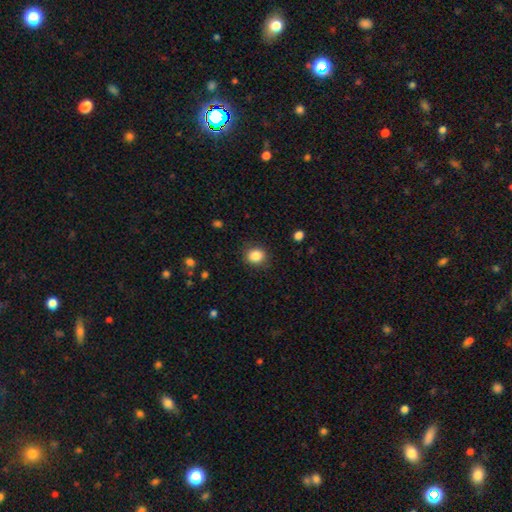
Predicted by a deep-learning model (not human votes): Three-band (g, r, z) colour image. It shows a smooth galaxy with no disk features (86%) that is round (71%). Merging: none (86%).